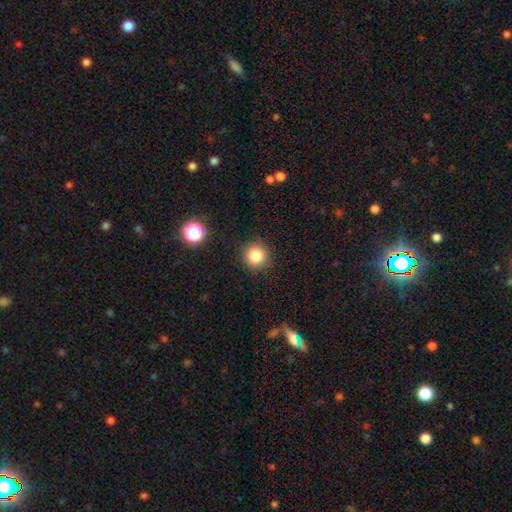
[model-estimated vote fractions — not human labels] This is clearly a smooth galaxy (83%). How rounded: clearly round (93%). Merging: clearly none (90%).